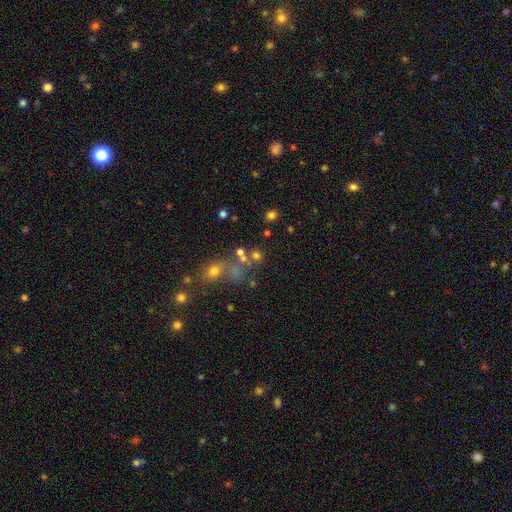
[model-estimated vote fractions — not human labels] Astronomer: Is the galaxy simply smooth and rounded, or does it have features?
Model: smooth — 55% (runner-up: star or artifact, 30%).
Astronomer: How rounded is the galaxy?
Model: round — 78%.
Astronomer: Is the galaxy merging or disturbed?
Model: none — 54%.